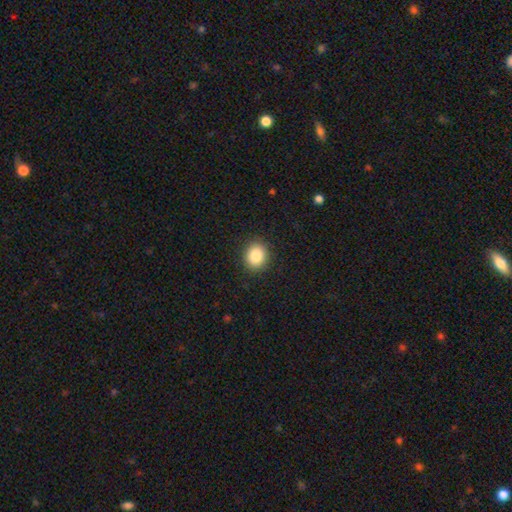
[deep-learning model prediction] A smooth galaxy with no disk features (85%) that is round (70%). Merging: none (90%).